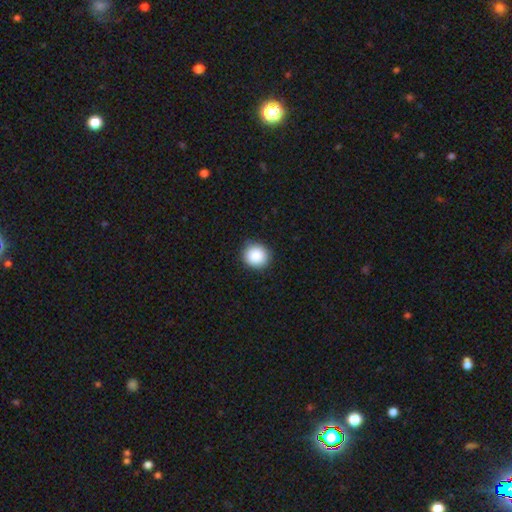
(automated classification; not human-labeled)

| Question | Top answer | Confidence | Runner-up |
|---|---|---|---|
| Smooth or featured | smooth | 89% | star or artifact (8%) |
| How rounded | round | 85% | in between (14%) |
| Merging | none | 88% | minor disturbance (9%) |